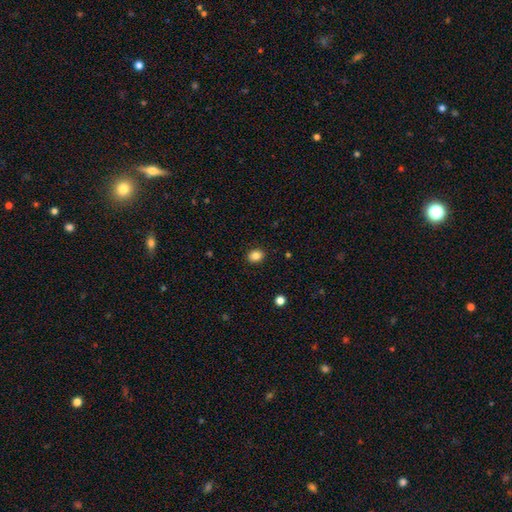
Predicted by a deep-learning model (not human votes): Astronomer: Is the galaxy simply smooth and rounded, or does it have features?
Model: smooth — 85%.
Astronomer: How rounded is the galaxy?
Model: in between — 53% (runner-up: round, 46%).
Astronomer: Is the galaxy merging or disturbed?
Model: none — 90%.